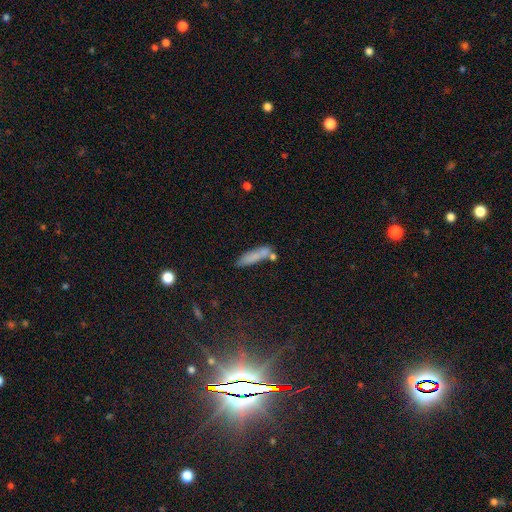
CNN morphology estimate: Overall: smooth (74%). How rounded: cigar-shaped (74%). Merging: none (63%).